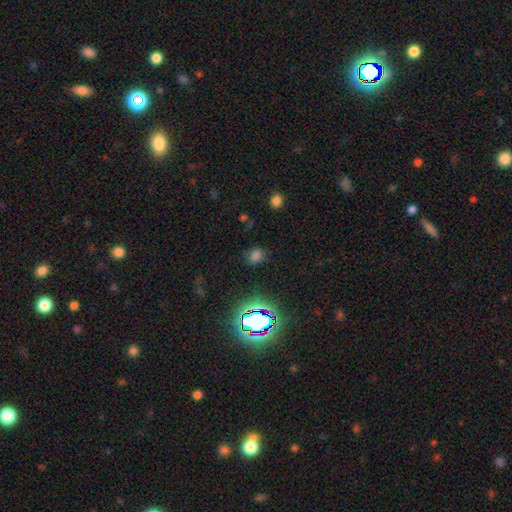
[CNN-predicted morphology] smooth 62%, star or artifact 31%, featured or disk 7%. Down the decision tree: how rounded — round (63%); merging — none (80%).